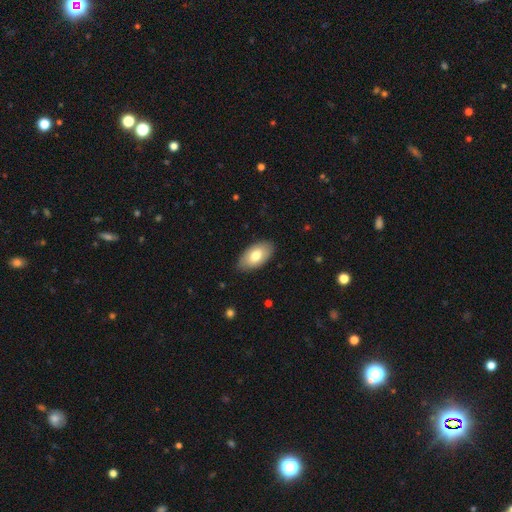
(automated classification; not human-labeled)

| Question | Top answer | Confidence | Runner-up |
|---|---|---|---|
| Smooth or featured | smooth | 75% | featured or disk (19%) |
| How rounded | in between | 95% | round (3%) |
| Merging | none | 85% | minor disturbance (12%) |